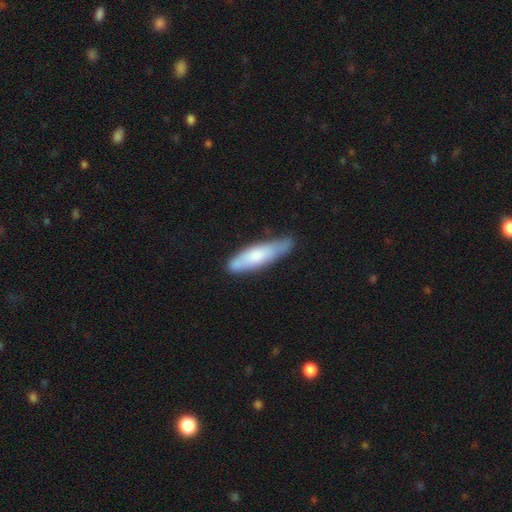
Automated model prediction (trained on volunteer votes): smooth_or_featured: smooth (p=0.68) [alt: featured or disk p=0.26]
how_rounded: cigar-shaped (p=0.71) [alt: in between p=0.28]
merging: none (p=0.73) [alt: minor disturbance p=0.22]